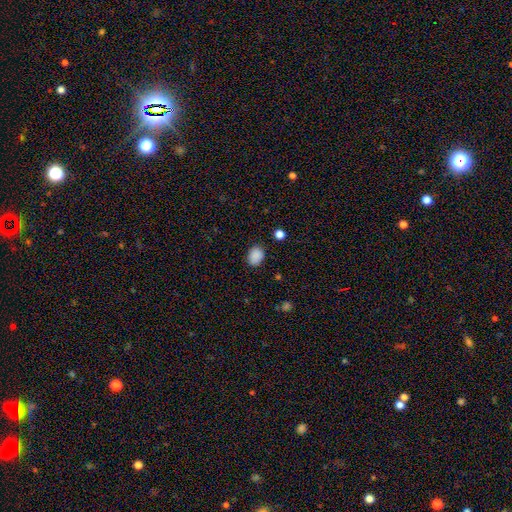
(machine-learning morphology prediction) Smooth or featured?
  - smooth: 88% *
  - star or artifact: 9%
  - featured or disk: 3%
How rounded?
  - in between: 67% *
  - round: 32%
  - cigar-shaped: 1%
Merging?
  - none: 84% *
  - minor disturbance: 12%
  - major disturbance: 3%
  - merger: 2%